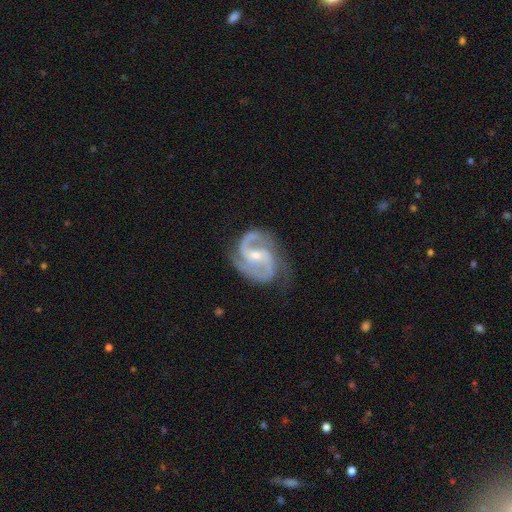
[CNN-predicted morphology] Smooth or featured: featured or disk — 93% (star or artifact — 4%)
Edge-on disk: no — 98% (yes — 2%)
Bar: weak — 43% (no — 34%)
Spiral arms: yes — 98% (no — 2%)
Spiral winding: medium — 60% (tight — 24%)
Spiral arm count: 2 — 84% (3 — 9%)
Bulge size: small — 57% (moderate — 39%)
Merging: none — 72% (minor disturbance — 20%)